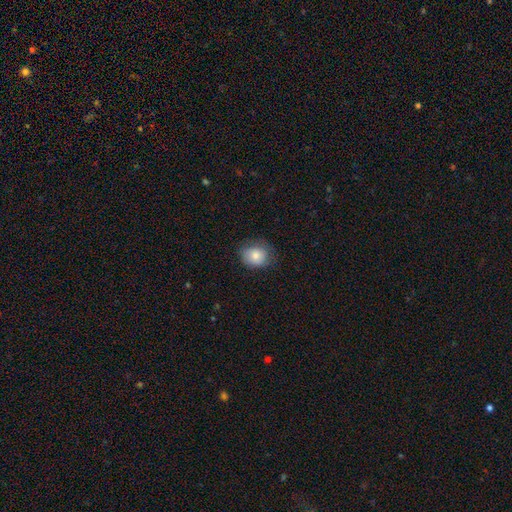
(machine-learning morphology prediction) type=smooth (80%); roundness=round (63%); merging=none (70%).